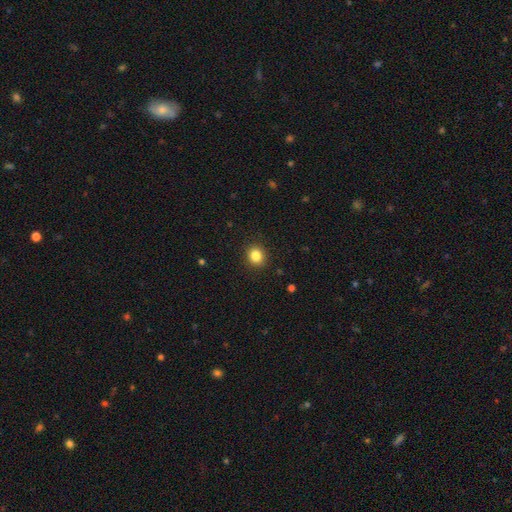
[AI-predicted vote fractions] smooth-or-featured: smooth: 85% | star or artifact: 10% | featured or disk: 5%
  how-rounded: round: 74% | in between: 25% | cigar-shaped: 1%
  merging: none: 90% | minor disturbance: 7% | major disturbance: 2% | merger: 1%